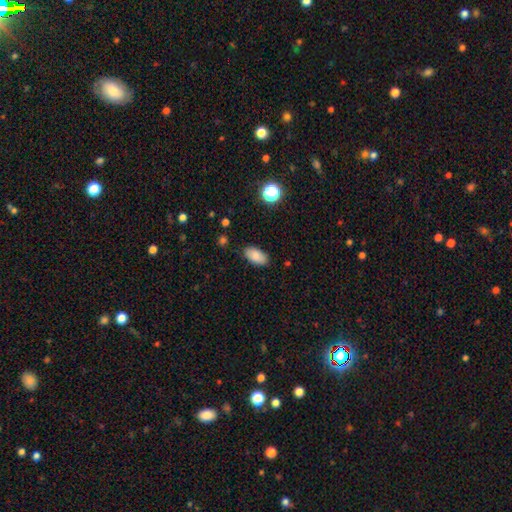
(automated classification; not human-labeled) Overall: smooth (85%). How rounded: in between (93%). Merging: none (86%).